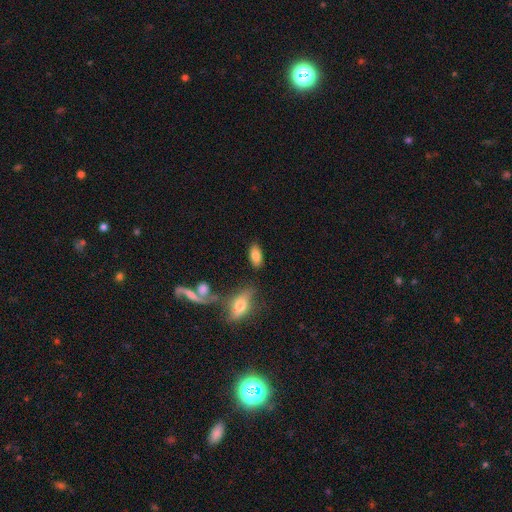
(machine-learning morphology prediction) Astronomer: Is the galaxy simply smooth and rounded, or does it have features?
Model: smooth — 81%.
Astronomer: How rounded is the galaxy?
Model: in between — 90%.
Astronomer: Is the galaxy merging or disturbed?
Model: none — 81%.